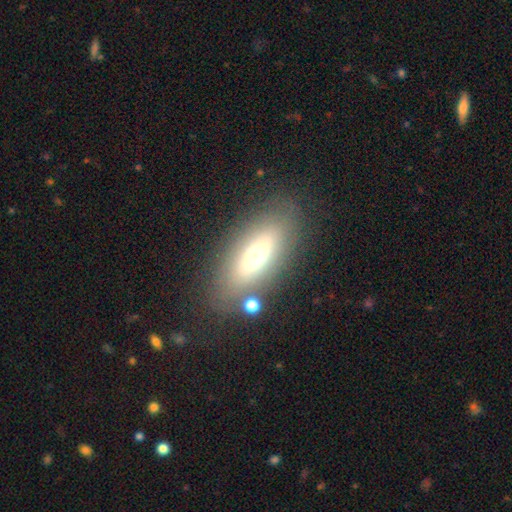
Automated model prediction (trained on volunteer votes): smooth-or-featured: smooth: 55% | featured or disk: 36% | star or artifact: 9%
  how-rounded: in between: 76% | cigar-shaped: 20% | round: 4%
  merging: none: 80% | minor disturbance: 12% | major disturbance: 4% | merger: 4%